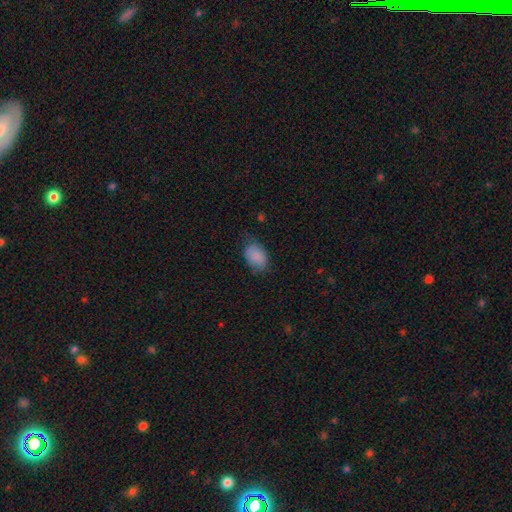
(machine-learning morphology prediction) smooth_or_featured: smooth (p=0.86) [alt: star or artifact p=0.08]
how_rounded: in between (p=0.83) [alt: round p=0.15]
merging: none (p=0.64) [alt: minor disturbance p=0.28]